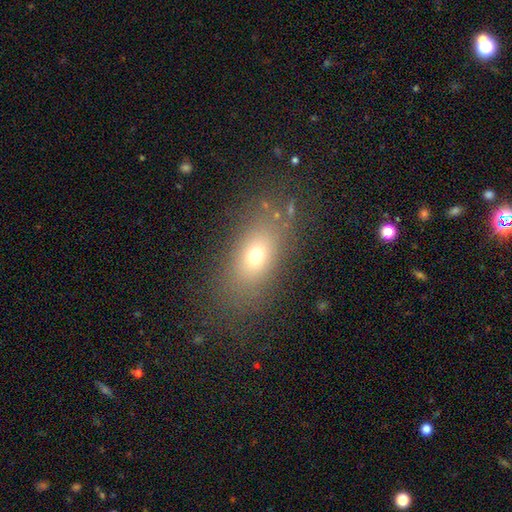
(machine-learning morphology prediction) Smooth or featured? smooth (68%)
How rounded? in between (76%)
Merging? none (79%)